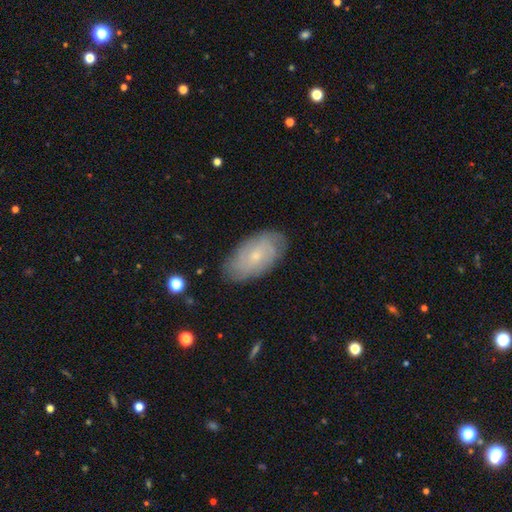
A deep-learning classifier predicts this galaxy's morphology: featured or disk 59%, smooth 33%, star or artifact 8%. Down the decision tree: edge-on disk — no (93%); bar — no (75%); spiral arms — yes (83%); bulge size — small (77%); merging — none (81%).